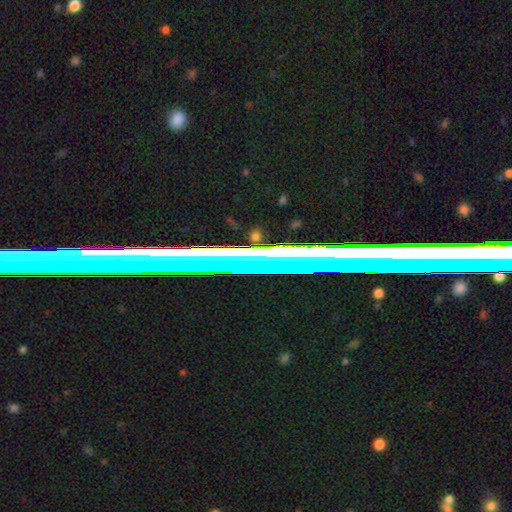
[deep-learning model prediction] Smooth or featured?
  - star or artifact: 52% *
  - featured or disk: 34%
  - smooth: 14%